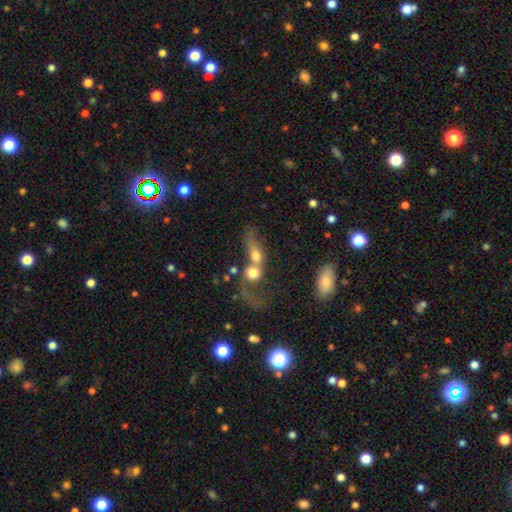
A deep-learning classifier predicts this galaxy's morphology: A smooth galaxy with no disk features (59%) that is round (50%). Merging: merger (76%).